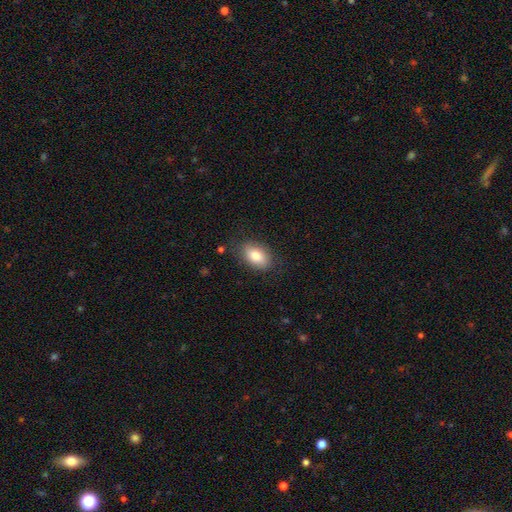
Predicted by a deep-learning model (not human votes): Overall: smooth (82%). How rounded: in between (88%). Merging: none (80%).